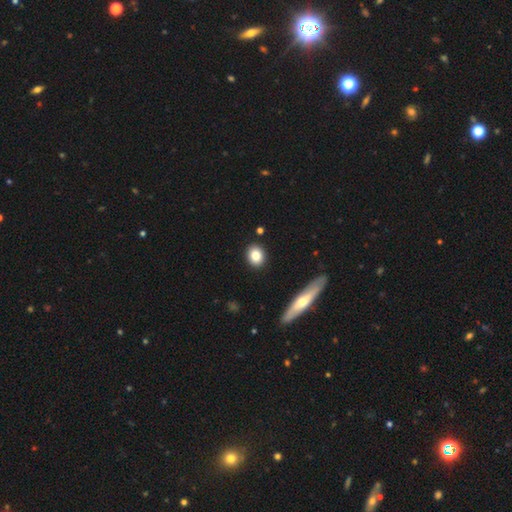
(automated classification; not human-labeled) Q: Smooth or featured?
A: smooth (82%); runner-up: featured or disk (9%)
Q: How rounded?
A: round (53%); runner-up: in between (45%)
Q: Merging?
A: none (90%); runner-up: minor disturbance (7%)